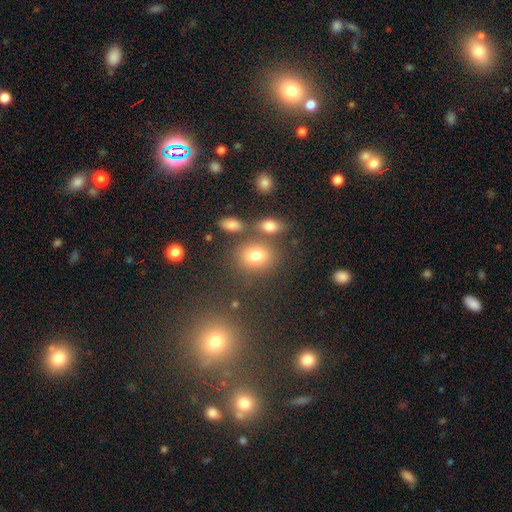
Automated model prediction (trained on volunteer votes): Morphology: type=smooth (77%); roundness=round (55%); merging=none (67%).